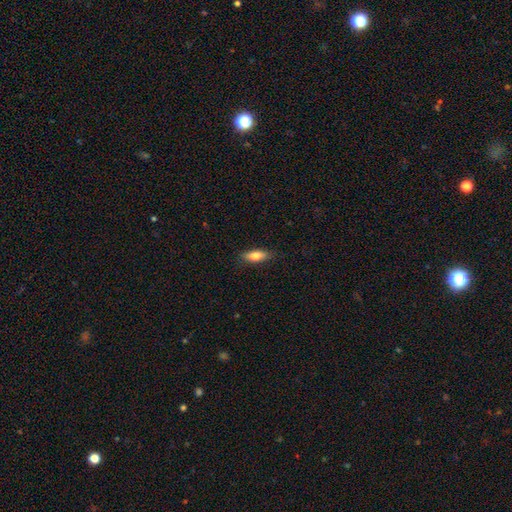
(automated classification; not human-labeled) smooth-or-featured: smooth: 75% | featured or disk: 18% | star or artifact: 7%
  how-rounded: in between: 66% | cigar-shaped: 31% | round: 3%
  merging: none: 85% | minor disturbance: 12% | major disturbance: 2% | merger: 1%